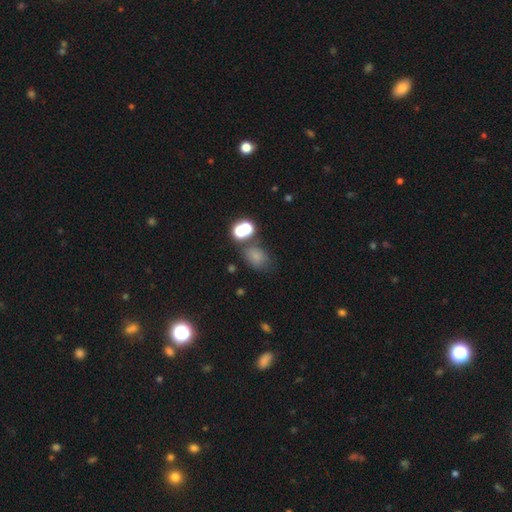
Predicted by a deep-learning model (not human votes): smooth-or-featured: smooth: 72% | star or artifact: 18% | featured or disk: 10%
  how-rounded: in between: 62% | round: 37% | cigar-shaped: 1%
  merging: none: 53% | minor disturbance: 20% | merger: 18% | major disturbance: 9%